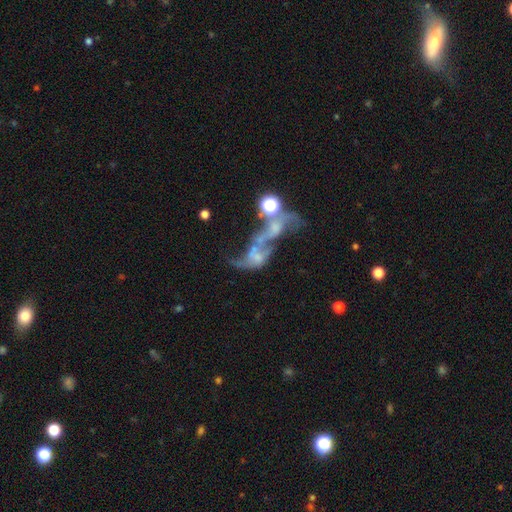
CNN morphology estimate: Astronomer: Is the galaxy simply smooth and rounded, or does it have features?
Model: featured or disk — 54%.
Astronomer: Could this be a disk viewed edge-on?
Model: no — 94%.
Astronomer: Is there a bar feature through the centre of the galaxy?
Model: no — 81%.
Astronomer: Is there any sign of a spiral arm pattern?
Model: no — 71%.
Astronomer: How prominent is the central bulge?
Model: none — 58%.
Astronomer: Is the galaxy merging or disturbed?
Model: merger — 56%.